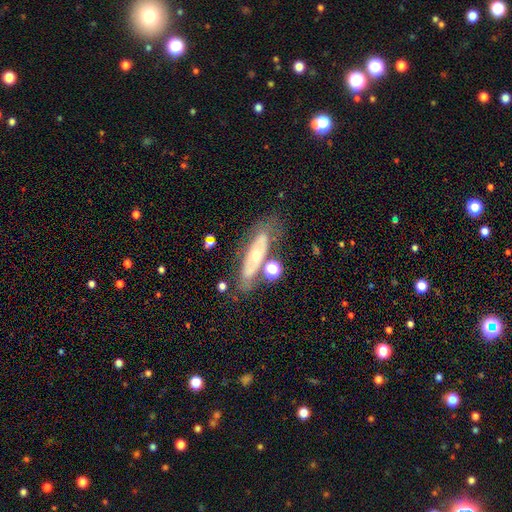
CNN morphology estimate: This appears to be a featured or disk galaxy (60%). Merging: none (63%).